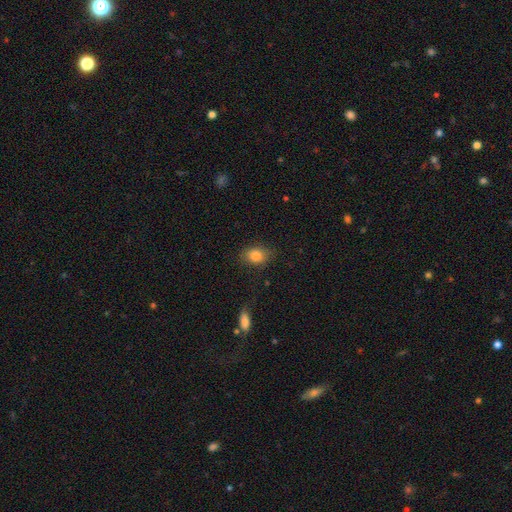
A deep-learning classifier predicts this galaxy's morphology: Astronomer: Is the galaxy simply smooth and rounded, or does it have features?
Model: smooth — 85%.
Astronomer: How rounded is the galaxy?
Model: in between — 67%.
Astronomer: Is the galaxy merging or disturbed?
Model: none — 79%.